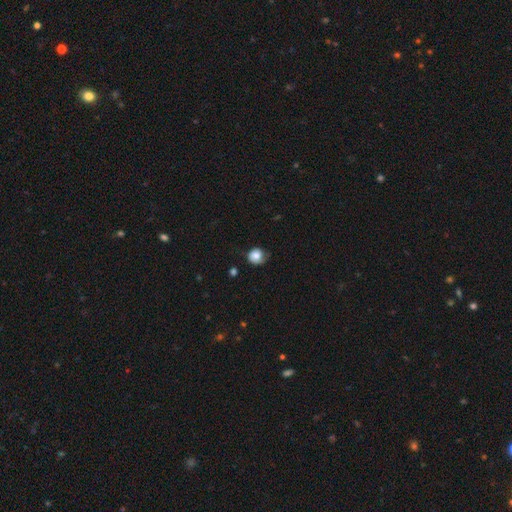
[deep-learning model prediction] Smooth or featured: smooth — 78% (featured or disk — 13%)
How rounded: round — 81% (in between — 18%)
Merging: none — 54% (minor disturbance — 33%)